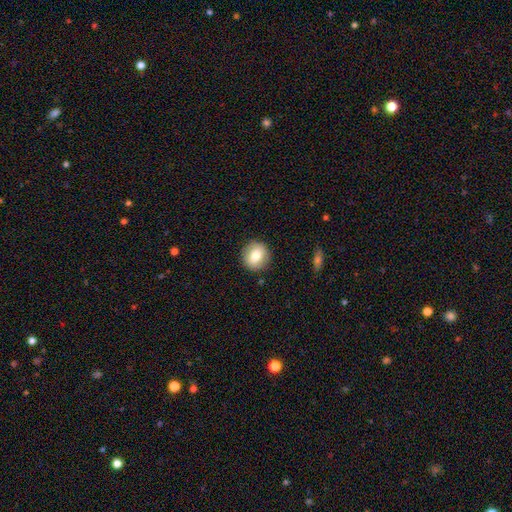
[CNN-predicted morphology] A smooth galaxy with no disk features (77%) that is round (90%). Merging: none (90%).